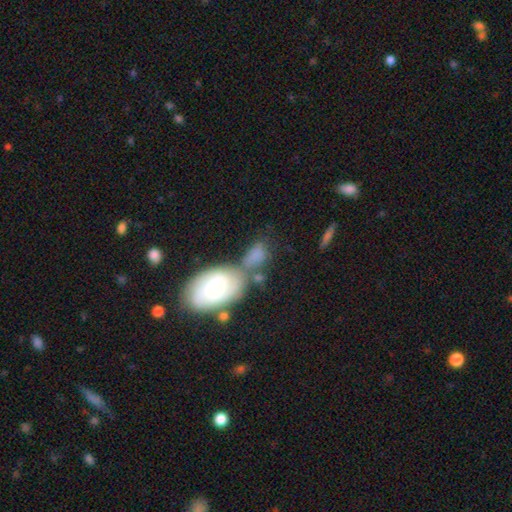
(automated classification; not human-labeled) Morphology: type=smooth (68%); roundness=in between (84%); merging=merger (39%).